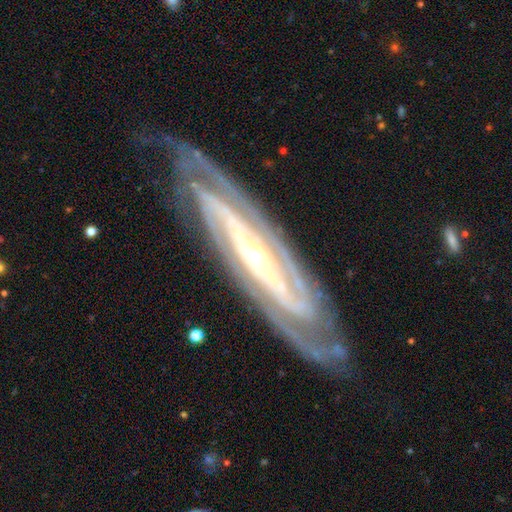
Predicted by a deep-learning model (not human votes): Morphology: type=featured or disk (92%); edge-on=no (85%); bar=strong (45%); spiral arms=yes (98%); winding=tight (70%); arm count=2 (37%); bulge=small (62%); merging=none (79%).